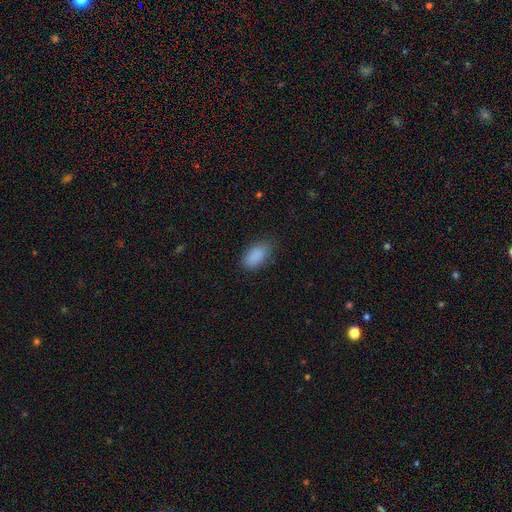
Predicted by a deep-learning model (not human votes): smooth 89%, star or artifact 7%, featured or disk 4%. Down the decision tree: how rounded — in between (93%); merging — none (79%).